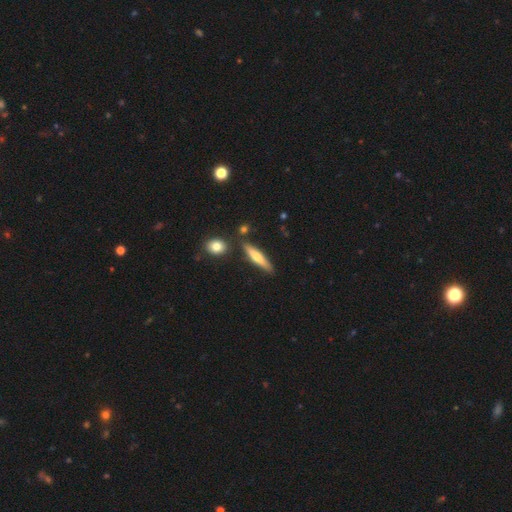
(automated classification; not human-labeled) smooth-or-featured: smooth: 54% | featured or disk: 40% | star or artifact: 6%
  how-rounded: cigar-shaped: 84% | in between: 14% | round: 2%
  merging: none: 82% | minor disturbance: 10% | merger: 6% | major disturbance: 2%